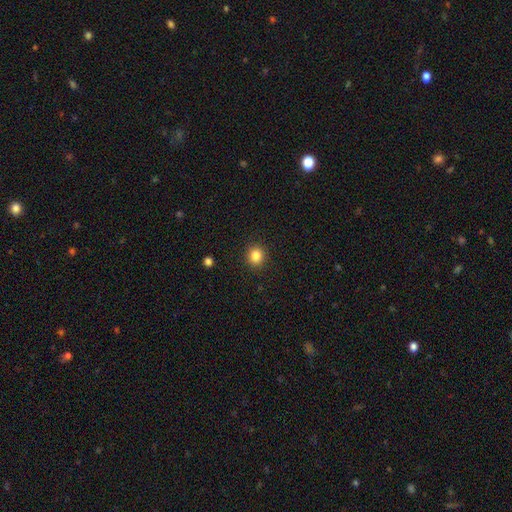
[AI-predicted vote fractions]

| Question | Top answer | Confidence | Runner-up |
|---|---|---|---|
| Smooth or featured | smooth | 84% | star or artifact (11%) |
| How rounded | round | 84% | in between (15%) |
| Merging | none | 91% | minor disturbance (6%) |